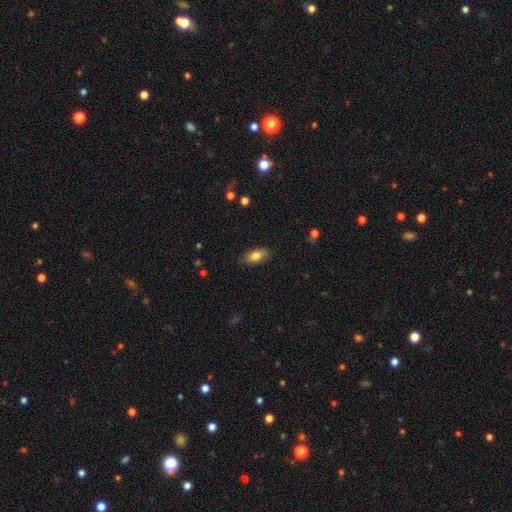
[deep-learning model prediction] Morphology: type=smooth (80%); roundness=in between (90%); merging=none (86%).